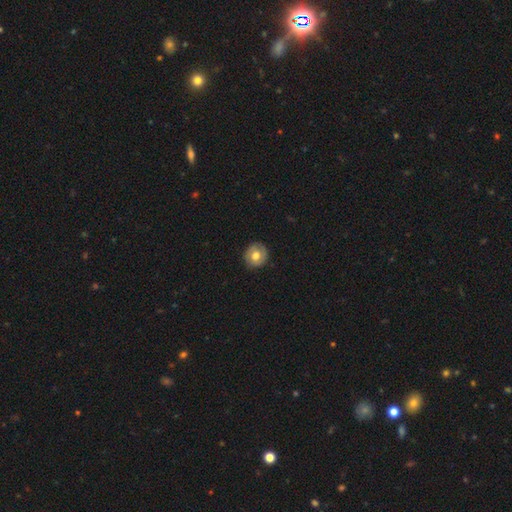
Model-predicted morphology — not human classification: This appears to be a smooth galaxy with no disk features (59%) that is round (87%). Merging: none (84%).